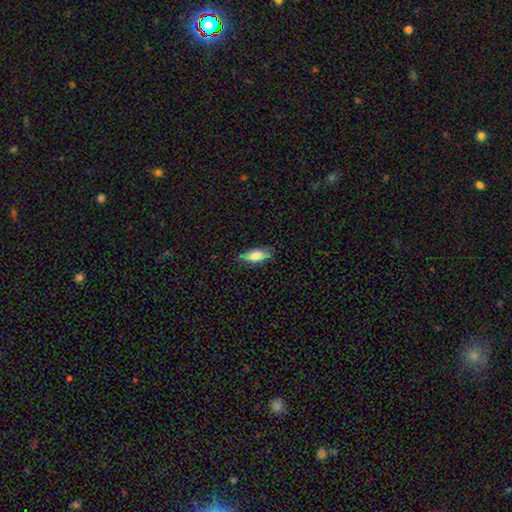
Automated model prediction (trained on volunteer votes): smooth_or_featured: smooth (p=0.79) [alt: featured or disk p=0.14]
how_rounded: in between (p=0.74) [alt: cigar-shaped p=0.24]
merging: none (p=0.79) [alt: minor disturbance p=0.17]